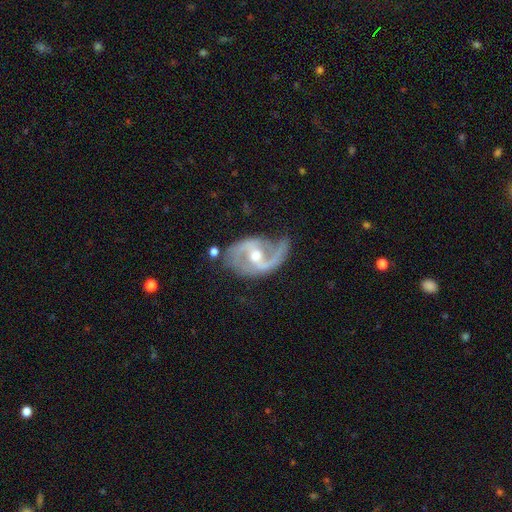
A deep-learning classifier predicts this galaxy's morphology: Smooth or featured: featured or disk — 90% (smooth — 5%)
Edge-on disk: no — 97% (yes — 3%)
Bar: weak — 46% (no — 30%)
Spiral arms: yes — 95% (no — 5%)
Spiral winding: medium — 51% (loose — 29%)
Spiral arm count: 2 — 85% (1 — 7%)
Bulge size: moderate — 73% (small — 19%)
Merging: none — 59% (minor disturbance — 25%)